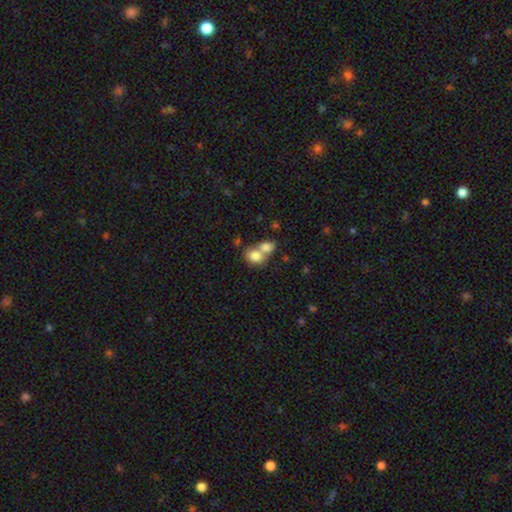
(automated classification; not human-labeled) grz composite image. It shows a smooth galaxy with no disk features (80%) that is in between round and cigar-shaped (51%). Merging: merger (62%).